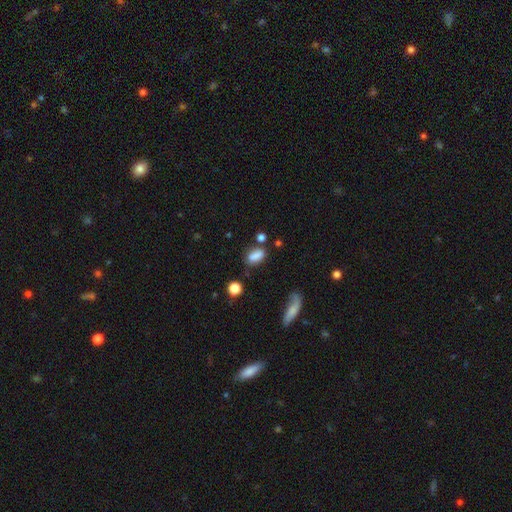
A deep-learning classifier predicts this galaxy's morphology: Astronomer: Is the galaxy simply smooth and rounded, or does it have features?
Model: smooth — 81%.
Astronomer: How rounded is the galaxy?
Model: in between — 83%.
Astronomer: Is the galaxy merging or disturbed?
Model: none — 61%.